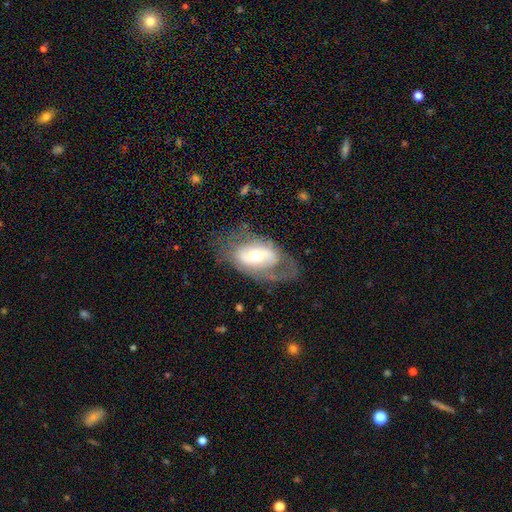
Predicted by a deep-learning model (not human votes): This is likely a featured or disk galaxy (66%). It is clearly not viewed edge-on (91%). Bar: marginally no (38%). Spiral arm pattern: possibly yes (55%). Central bulge: possibly moderate (56%). Merging: possibly none (58%).